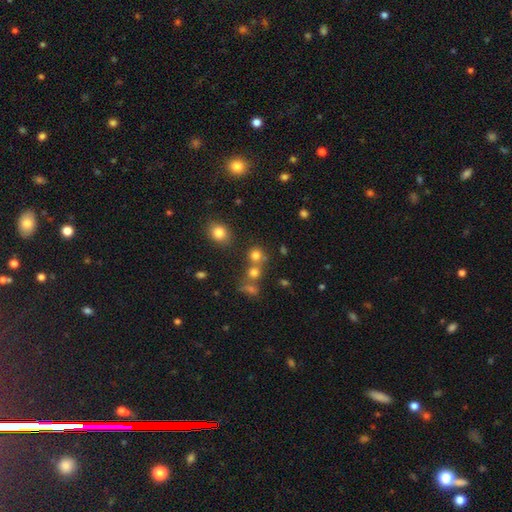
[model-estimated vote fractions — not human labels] This is likely a smooth galaxy (74%). How rounded: clearly round (87%). Merging: likely none (61%).